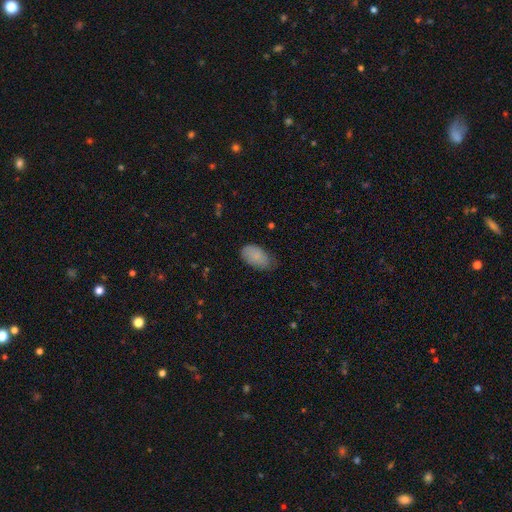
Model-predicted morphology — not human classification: type=smooth (83%); roundness=in between (93%); merging=none (58%).